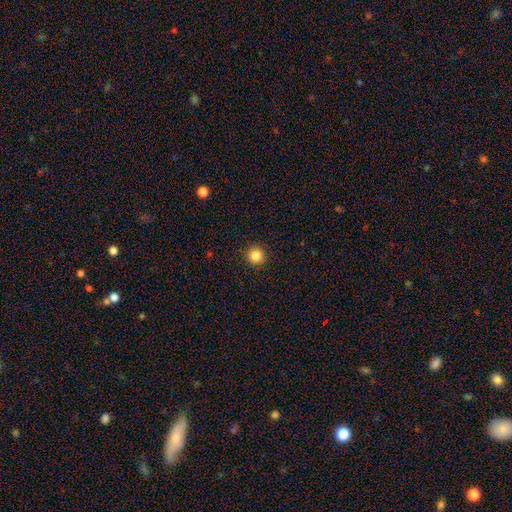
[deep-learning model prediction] A smooth galaxy with no disk features (85%) that is round (94%).

Vote fractions:
- Smooth or featured? smooth: 85% / star or artifact: 11% / featured or disk: 4%
- How rounded? round: 94% / in between: 5% / cigar-shaped: 1%
- Merging? none: 92% / minor disturbance: 5% / major disturbance: 2% / merger: 1%